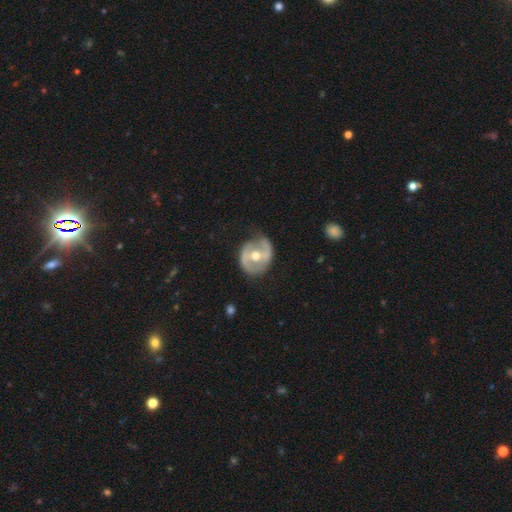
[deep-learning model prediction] Smooth or featured? Predicted: featured or disk (p=0.77). Edge-on disk? Predicted: no (p=0.96). Bar? Predicted: no (p=0.40). Spiral arms? Predicted: yes (p=0.72). Spiral winding? Predicted: medium (p=0.42). Spiral arm count? Predicted: 2 (p=0.78). Bulge size? Predicted: moderate (p=0.79). Merging? Predicted: none (p=0.67).